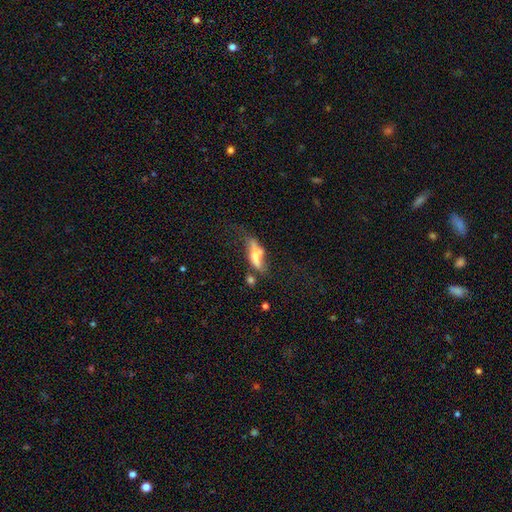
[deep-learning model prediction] A featured or disk galaxy (53%) with not edge-on (50%, tied with yes).

Vote fractions:
- Smooth or featured? featured or disk: 53% / smooth: 38% / star or artifact: 9%
- Edge-on disk? no: 50% (tied) / yes: 50% (tied)
- Merging? none: 35% / major disturbance: 25% / minor disturbance: 23% / merger: 17%